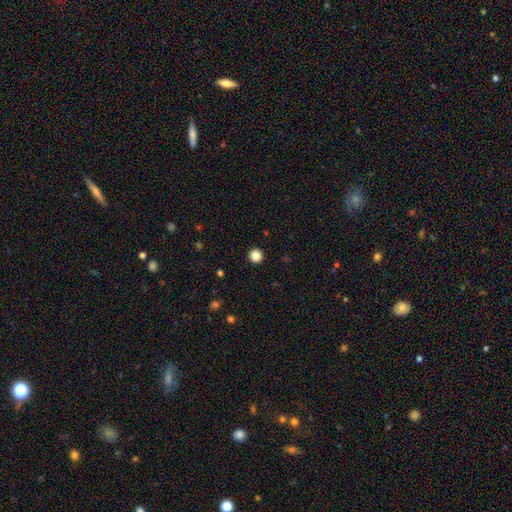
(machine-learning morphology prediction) Smooth or featured? smooth (87%)
How rounded? round (94%)
Merging? none (93%)